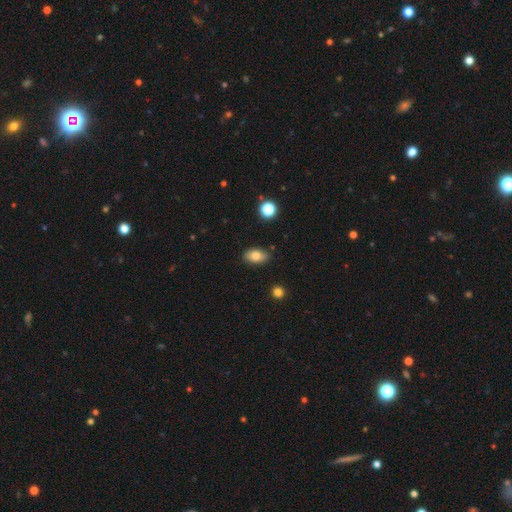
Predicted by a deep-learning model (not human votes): This appears to be a smooth galaxy with no disk features (80%) that is in between round and cigar-shaped (90%). Merging: none (83%).